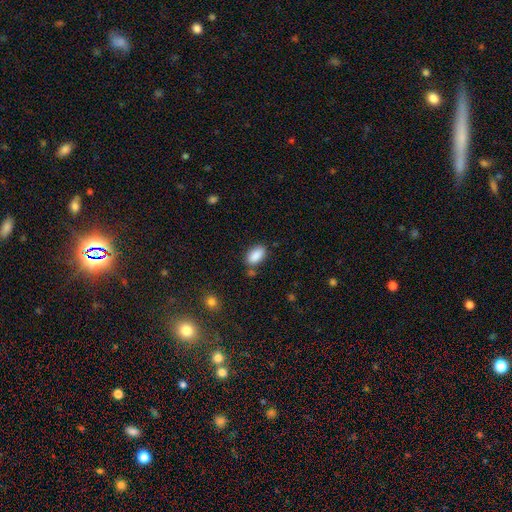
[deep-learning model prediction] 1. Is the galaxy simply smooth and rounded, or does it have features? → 89% smooth, 7% star or artifact, 4% featured or disk.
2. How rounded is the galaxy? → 93% in between, 5% round, 2% cigar-shaped.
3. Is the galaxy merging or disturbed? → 75% none, 15% minor disturbance, 7% merger, 4% major disturbance.